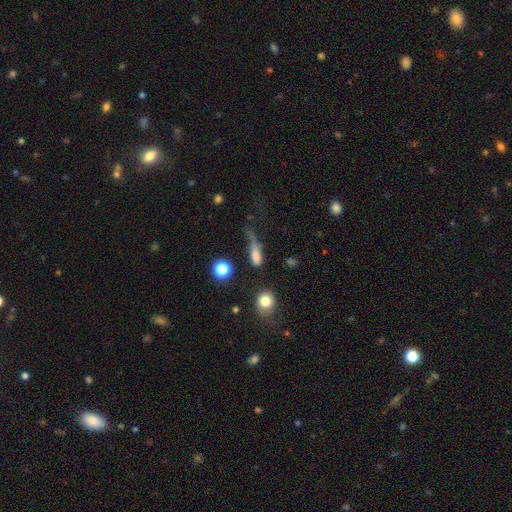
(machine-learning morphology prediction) Smooth or featured: smooth — 68% (featured or disk — 17%)
How rounded: in between — 50% (cigar-shaped — 35%)
Merging: major disturbance — 40% (none — 26%)